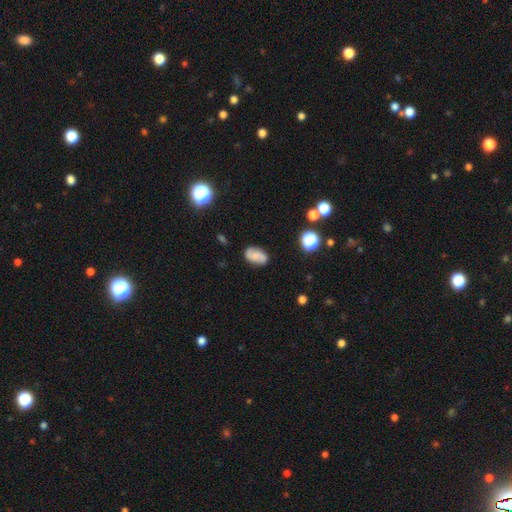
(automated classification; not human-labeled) smooth-or-featured: smooth: 51% | featured or disk: 38% | star or artifact: 11%
  how-rounded: in between: 89% | round: 9% | cigar-shaped: 2%
  merging: none: 79% | minor disturbance: 15% | major disturbance: 4% | merger: 2%